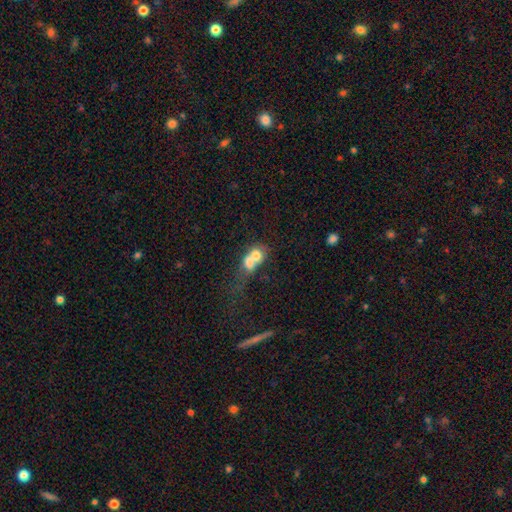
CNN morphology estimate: Q: Smooth or featured?
A: smooth (65%); runner-up: featured or disk (25%)
Q: How rounded?
A: round (53%); runner-up: in between (44%)
Q: Merging?
A: merger (75%); runner-up: none (13%)